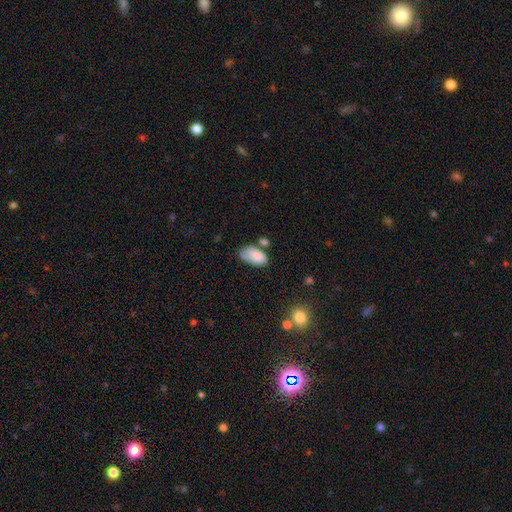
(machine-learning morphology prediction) Smooth or featured? Predicted: smooth (p=0.79). How rounded? Predicted: in between (p=0.94). Merging? Predicted: none (p=0.45).